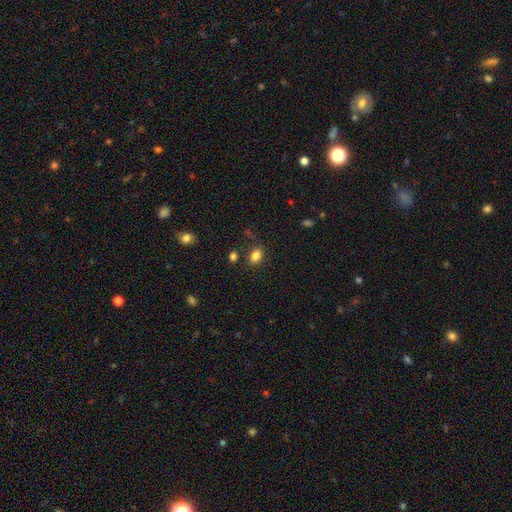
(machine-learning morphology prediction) smooth 83%, star or artifact 11%, featured or disk 6%. Down the decision tree: how rounded — in between (74%); merging — none (79%).